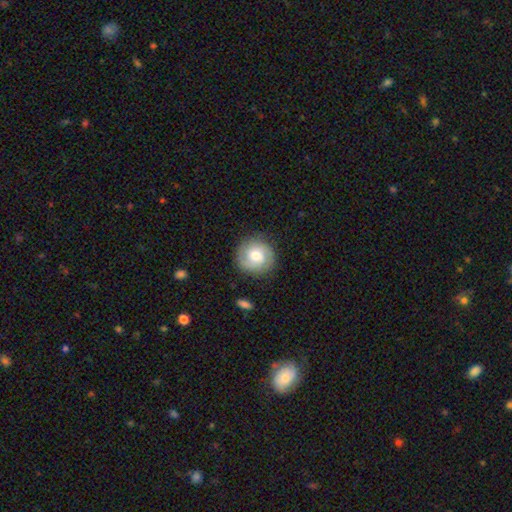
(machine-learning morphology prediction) featured or disk 47%, smooth 46%, star or artifact 7%. Down the decision tree: merging — none (83%).